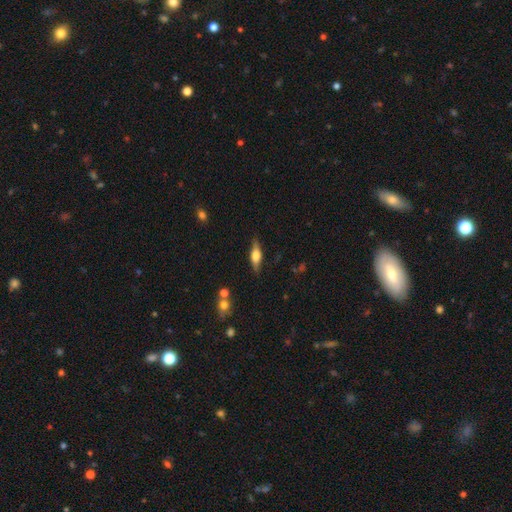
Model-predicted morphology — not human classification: type=featured or disk (54%); edge-on=yes (91%); merging=none (83%).